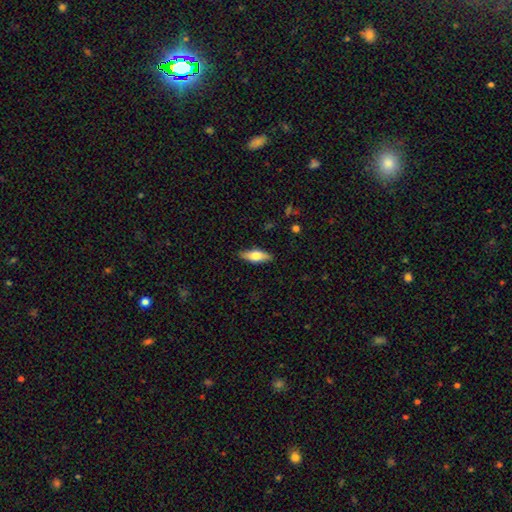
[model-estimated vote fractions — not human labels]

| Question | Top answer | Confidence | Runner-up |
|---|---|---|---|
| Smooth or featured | smooth | 64% | featured or disk (30%) |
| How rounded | in between | 66% | cigar-shaped (31%) |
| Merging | none | 86% | minor disturbance (11%) |